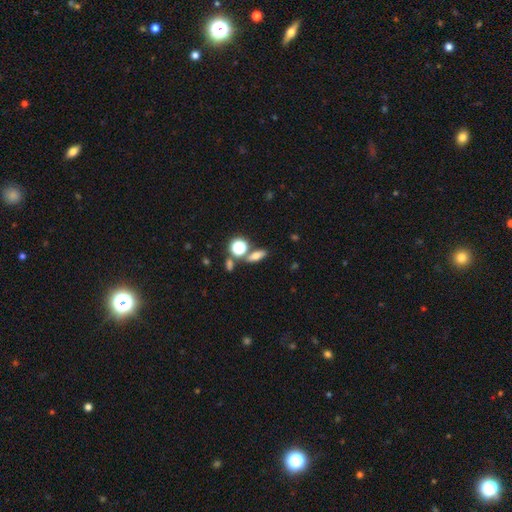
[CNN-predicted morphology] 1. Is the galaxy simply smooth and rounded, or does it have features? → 65% smooth, 18% featured or disk, 18% star or artifact.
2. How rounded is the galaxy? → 56% in between, 25% cigar-shaped, 19% round.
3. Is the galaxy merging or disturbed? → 71% none, 15% merger, 10% minor disturbance, 4% major disturbance.